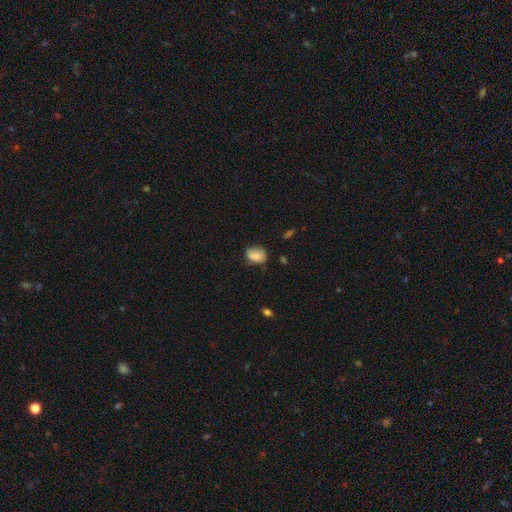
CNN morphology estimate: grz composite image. It shows a smooth galaxy with no disk features (83%) that is in between round and cigar-shaped (63%). Merging: none (63%).